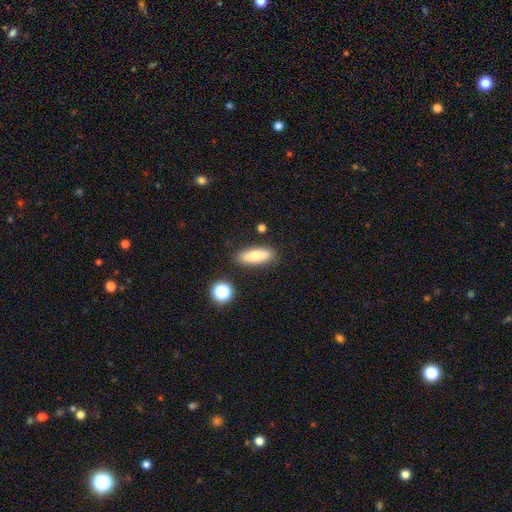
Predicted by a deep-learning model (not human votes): smooth_or_featured: smooth (p=0.78) [alt: featured or disk p=0.14]
how_rounded: in between (p=0.55) [alt: cigar-shaped p=0.42]
merging: none (p=0.85) [alt: minor disturbance p=0.10]